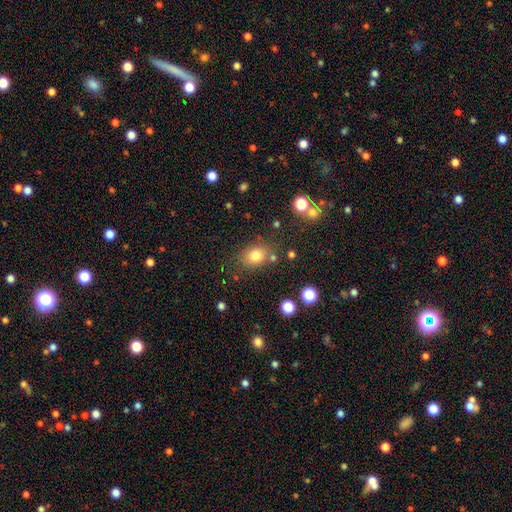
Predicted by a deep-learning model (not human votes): The model was most divided on "how rounded": in between: 55%, round: 44%, cigar-shaped: 1%. More confident: smooth or featured — smooth (79%); merging — none (74%).